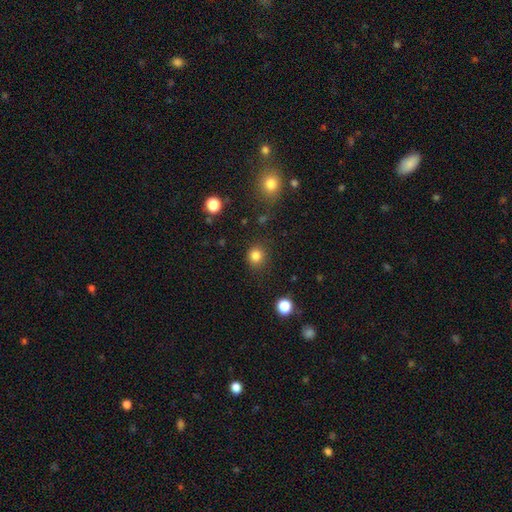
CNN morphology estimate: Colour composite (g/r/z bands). It shows a smooth galaxy with no disk features (83%) that is round (86%). Merging: none (85%).